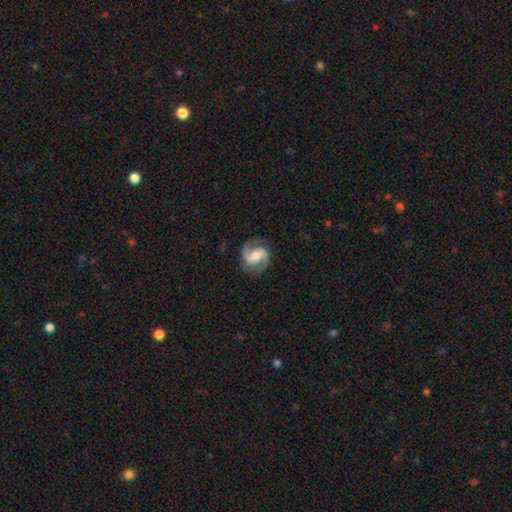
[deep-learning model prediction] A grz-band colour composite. It shows a featured or disk galaxy (87%) with a weak bar (45%), 2 (93%) medium (53%) spiral arms (97%) and a moderate central bulge (59%). Merging: none (83%).